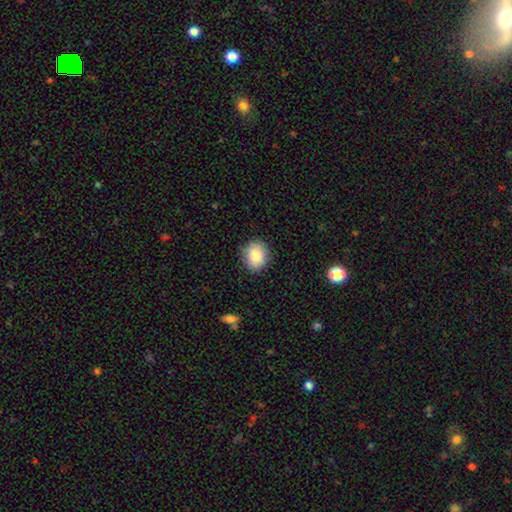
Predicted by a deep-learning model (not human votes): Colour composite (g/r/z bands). It shows a smooth galaxy with no disk features (87%) that is round (52%). Merging: none (84%).